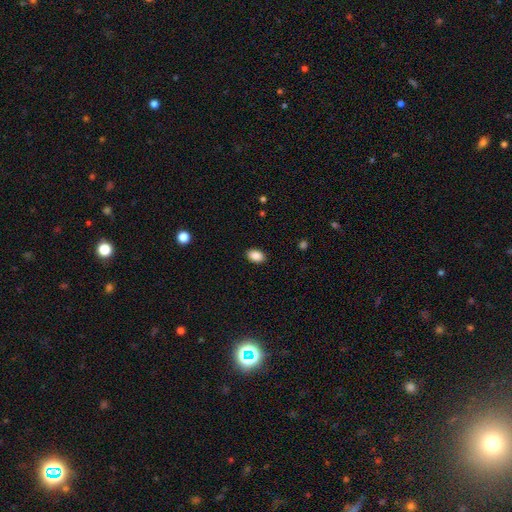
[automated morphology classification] A smooth galaxy with no disk features (88%) that is in between round and cigar-shaped (86%).

Vote fractions:
- Smooth or featured? smooth: 88% / star or artifact: 8% / featured or disk: 4%
- How rounded? in between: 86% / round: 13% / cigar-shaped: 1%
- Merging? none: 89% / minor disturbance: 8% / major disturbance: 2% / merger: 1%